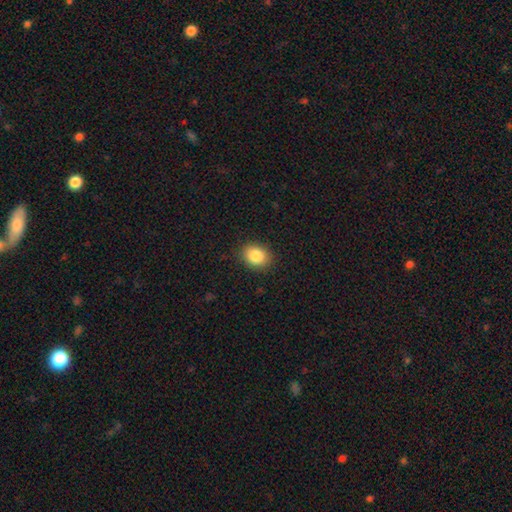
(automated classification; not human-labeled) Smooth or featured? Predicted: smooth (p=0.86). How rounded? Predicted: in between (p=0.52). Merging? Predicted: none (p=0.88).